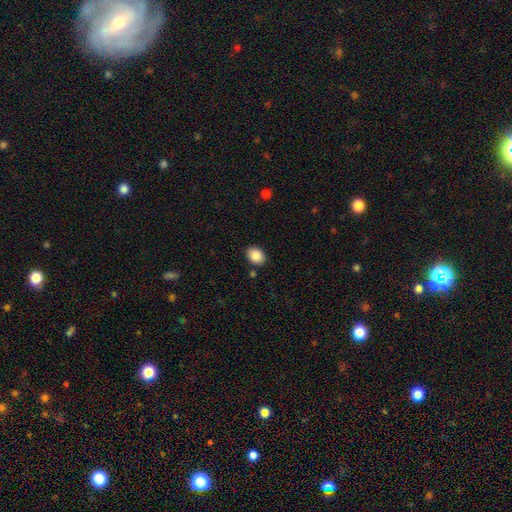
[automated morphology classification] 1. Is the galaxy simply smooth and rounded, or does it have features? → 88% smooth, 8% star or artifact, 4% featured or disk.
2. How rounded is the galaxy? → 60% in between, 40% round, 1% cigar-shaped.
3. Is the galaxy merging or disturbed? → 87% none, 8% minor disturbance, 2% merger, 2% major disturbance.